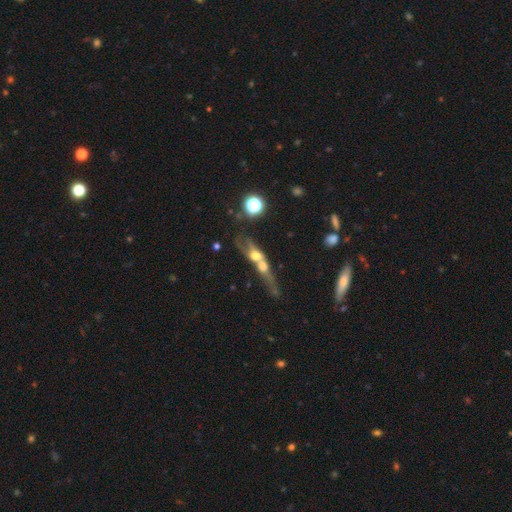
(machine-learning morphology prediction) This appears to be a featured or disk galaxy (50%). Merging: merger (65%).